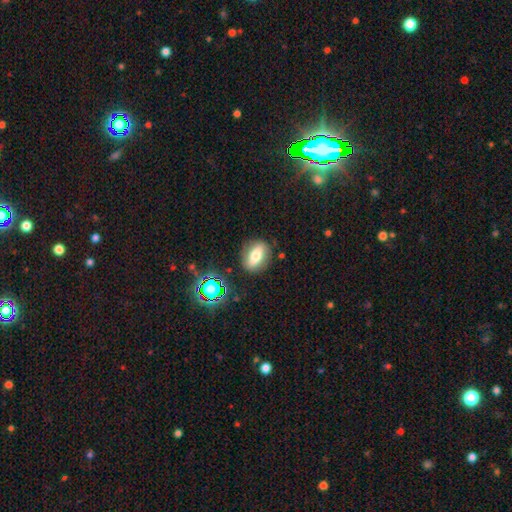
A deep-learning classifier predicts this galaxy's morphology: The model was most divided on "smooth or featured": smooth: 60%, featured or disk: 28%, star or artifact: 12%. More confident: merging — none (82%); how rounded — in between (71%).